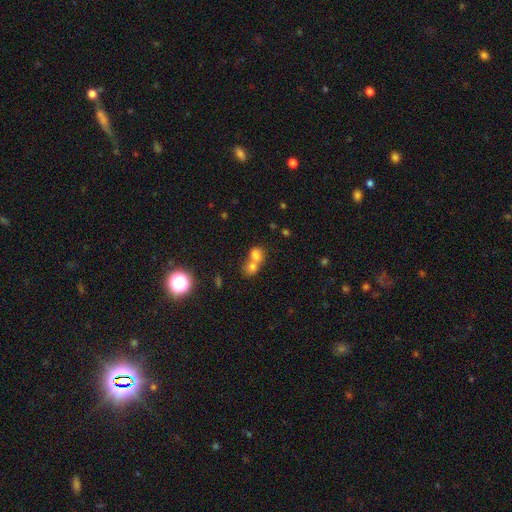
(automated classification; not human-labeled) Smooth or featured: smooth — 72% (featured or disk — 14%)
How rounded: round — 50% (in between — 48%)
Merging: merger — 68% (none — 22%)